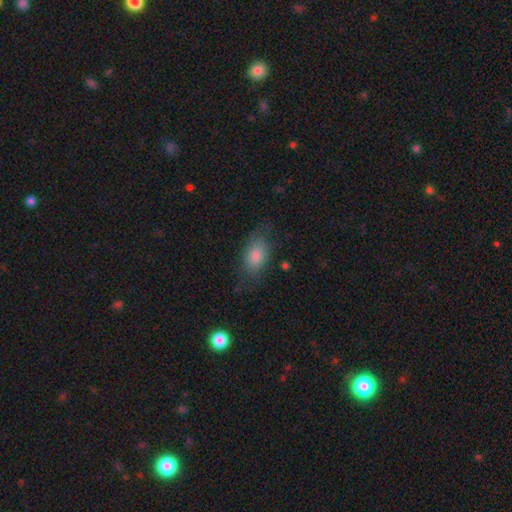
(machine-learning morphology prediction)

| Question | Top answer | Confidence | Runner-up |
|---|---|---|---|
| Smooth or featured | smooth | 77% | featured or disk (14%) |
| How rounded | in between | 88% | round (8%) |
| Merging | none | 69% | minor disturbance (21%) |